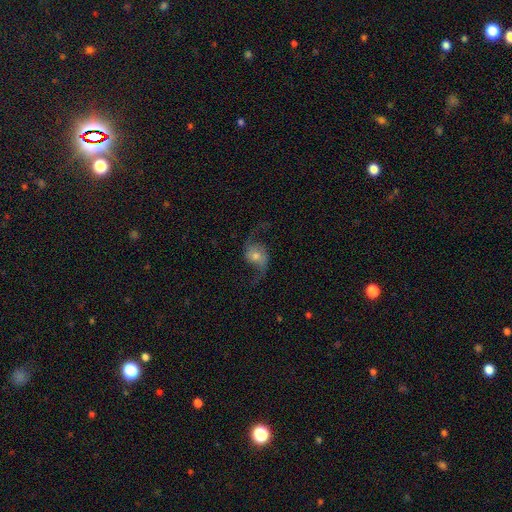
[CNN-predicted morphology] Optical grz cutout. It shows a featured or disk galaxy (83%) with no bar (60%), 2 (94%) loose (80%) spiral arms (96%) and a moderate central bulge (50%). Merging: none (73%).